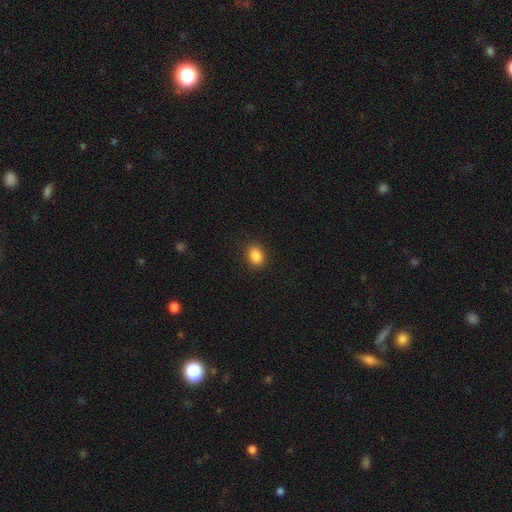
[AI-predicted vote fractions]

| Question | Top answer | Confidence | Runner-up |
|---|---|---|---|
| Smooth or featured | smooth | 87% | star or artifact (9%) |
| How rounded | in between | 74% | round (25%) |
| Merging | none | 88% | minor disturbance (9%) |